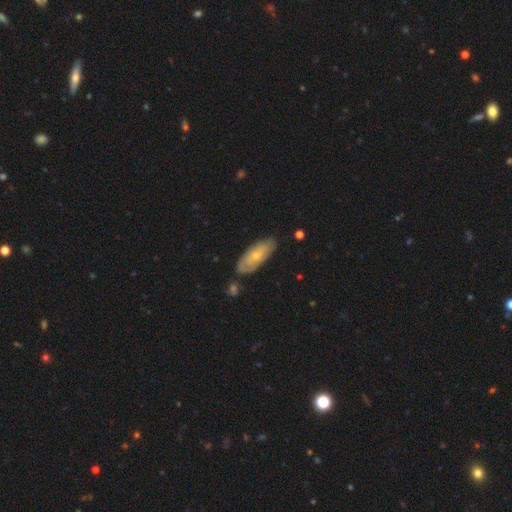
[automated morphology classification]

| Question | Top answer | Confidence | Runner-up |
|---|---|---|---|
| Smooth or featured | featured or disk | 47% | tied: smooth (47%) |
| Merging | none | 75% | minor disturbance (19%) |